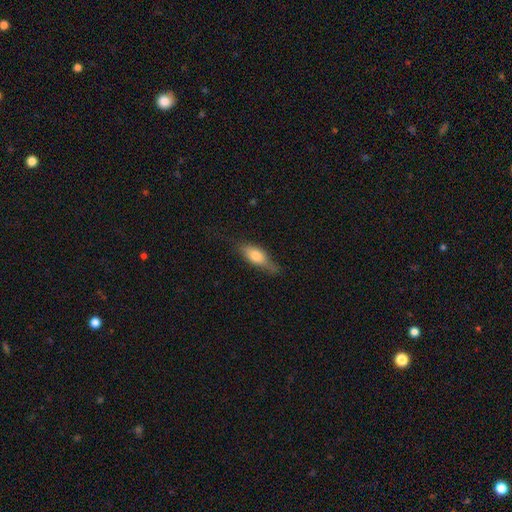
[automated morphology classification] Q: Smooth or featured?
A: smooth (66%); runner-up: featured or disk (27%)
Q: How rounded?
A: in between (61%); runner-up: cigar-shaped (35%)
Q: Merging?
A: none (64%); runner-up: minor disturbance (27%)